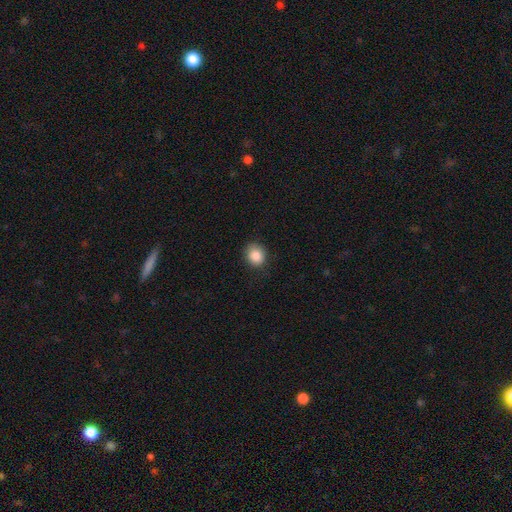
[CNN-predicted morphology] Q: Smooth or featured?
A: smooth (86%); runner-up: star or artifact (9%)
Q: How rounded?
A: round (72%); runner-up: in between (27%)
Q: Merging?
A: none (82%); runner-up: minor disturbance (14%)